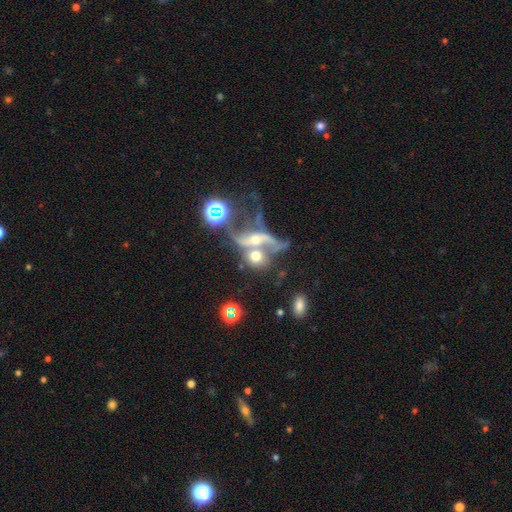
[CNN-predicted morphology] Smooth or featured: featured or disk — 54% (smooth — 29%)
Edge-on disk: no — 90% (yes — 10%)
Merging: merger — 60% (none — 20%)